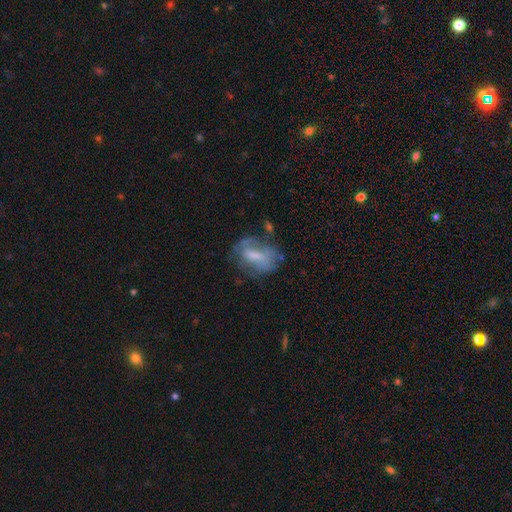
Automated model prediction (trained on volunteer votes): The model was most divided on "smooth or featured": featured or disk: 47%, smooth: 43%, star or artifact: 10%. Remaining: merging — none (46%).